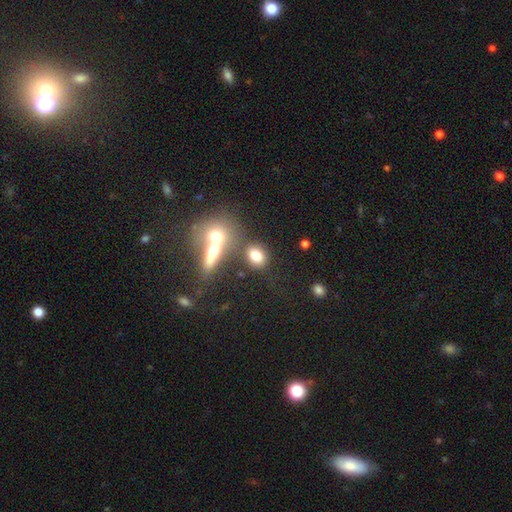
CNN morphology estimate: Overall: smooth (78%). How rounded: in between (62%; round 35%). Merging: none (62%).